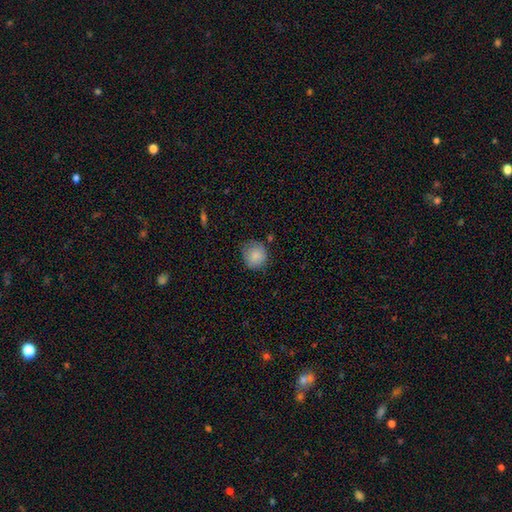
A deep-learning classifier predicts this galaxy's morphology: This appears to be a smooth galaxy with no disk features (86%) that is round (88%). Merging: none (72%).